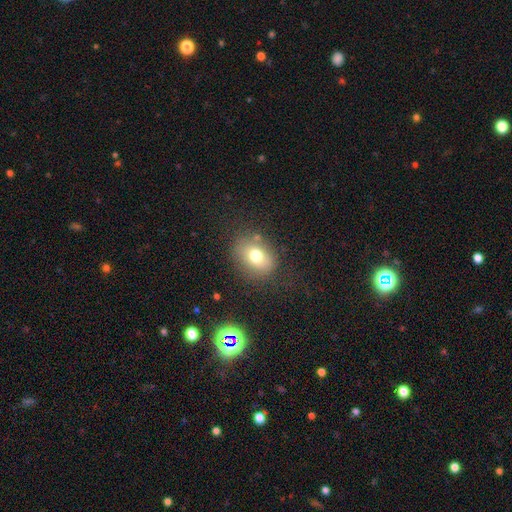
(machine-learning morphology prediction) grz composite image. It shows a smooth galaxy with no disk features (72%) that is in between round and cigar-shaped (53%). Merging: none (76%).